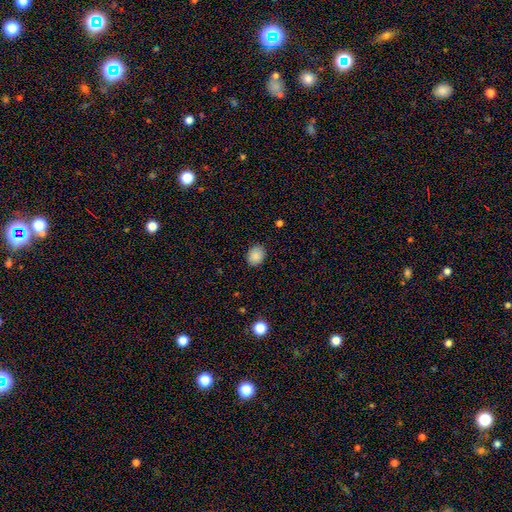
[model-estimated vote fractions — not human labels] A smooth galaxy with no disk features (88%) that is in between round and cigar-shaped (53%). Merging: none (88%).